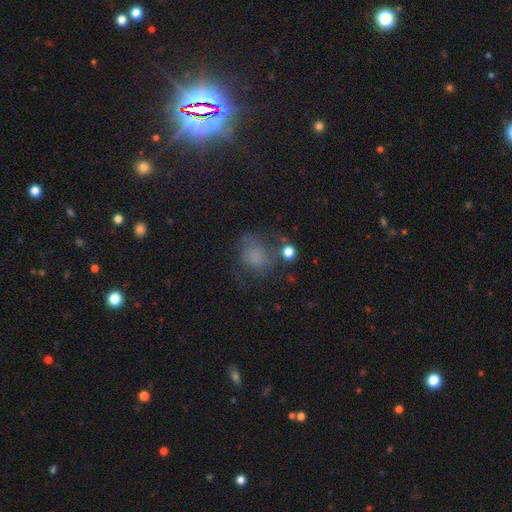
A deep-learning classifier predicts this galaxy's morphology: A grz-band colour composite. It shows a smooth galaxy with no disk features (51%) that is round (63%). Merging: none (47%).